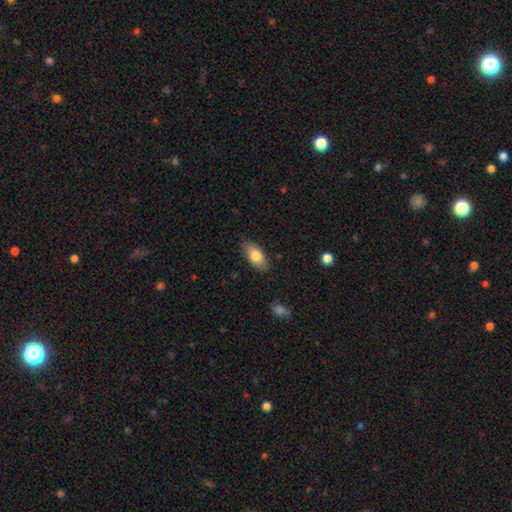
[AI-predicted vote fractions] A smooth galaxy with no disk features (79%) that is in between round and cigar-shaped (90%). Merging: none (85%).